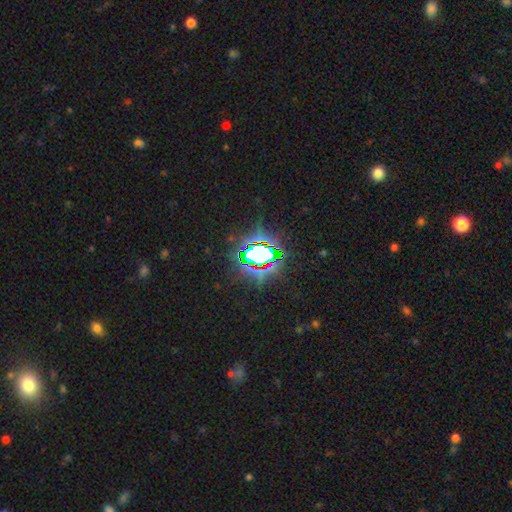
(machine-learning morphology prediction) Smooth or featured? star or artifact (80%)